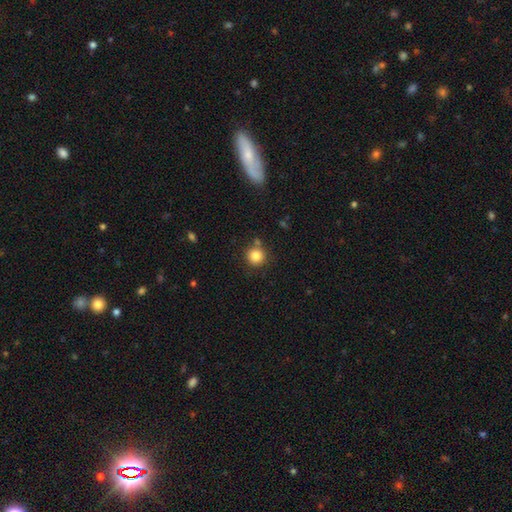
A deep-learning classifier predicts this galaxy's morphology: Smooth or featured? Predicted: smooth (p=0.83). How rounded? Predicted: round (p=0.94). Merging? Predicted: none (p=0.80).